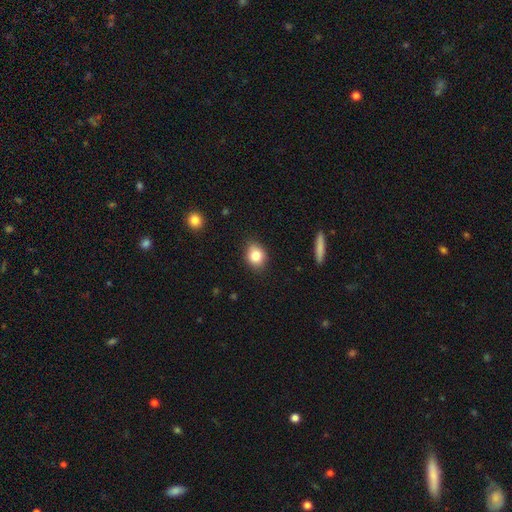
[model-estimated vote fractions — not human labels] Q: Smooth or featured?
A: smooth (82%); runner-up: star or artifact (10%)
Q: How rounded?
A: round (51%); runner-up: in between (48%)
Q: Merging?
A: none (83%); runner-up: minor disturbance (13%)